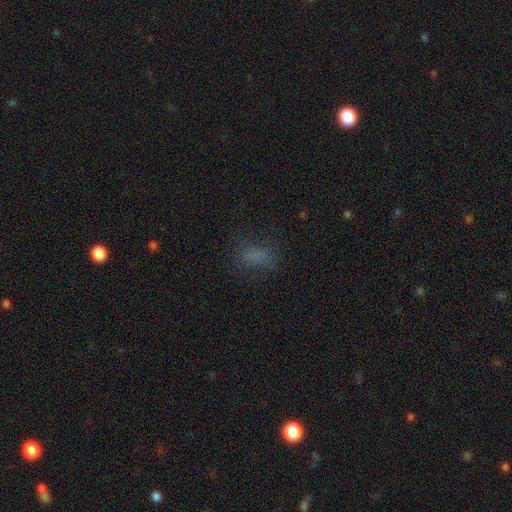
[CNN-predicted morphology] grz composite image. It shows a smooth galaxy with no disk features (69%) that is in between round and cigar-shaped (80%). Merging: none (69%).